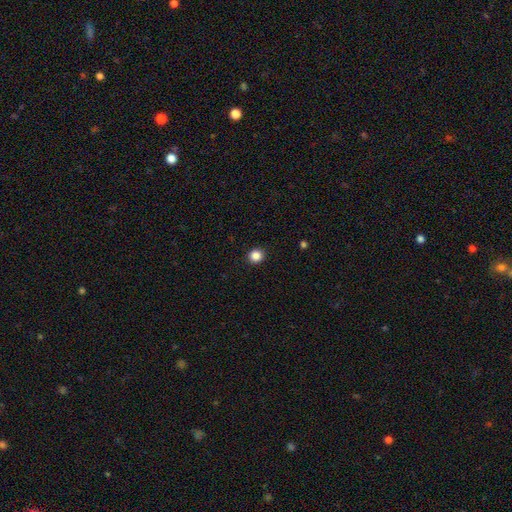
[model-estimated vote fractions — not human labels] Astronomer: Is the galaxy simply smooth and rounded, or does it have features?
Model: smooth — 86%.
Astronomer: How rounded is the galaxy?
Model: round — 90%.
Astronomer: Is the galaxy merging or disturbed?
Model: none — 93%.